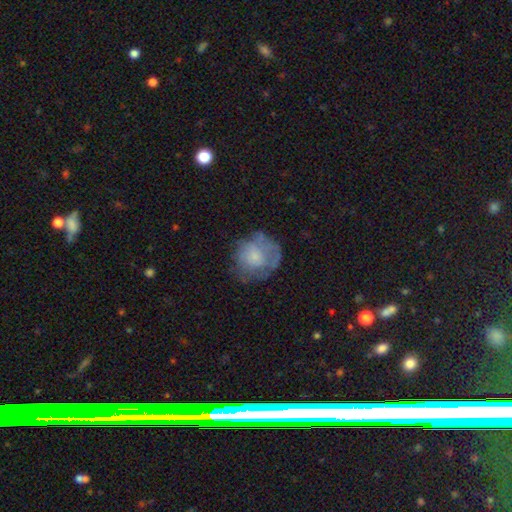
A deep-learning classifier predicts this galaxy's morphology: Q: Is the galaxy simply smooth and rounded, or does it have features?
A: smooth — 53%.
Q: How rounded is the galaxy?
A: round — 81%.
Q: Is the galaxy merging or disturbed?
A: none — 55%.